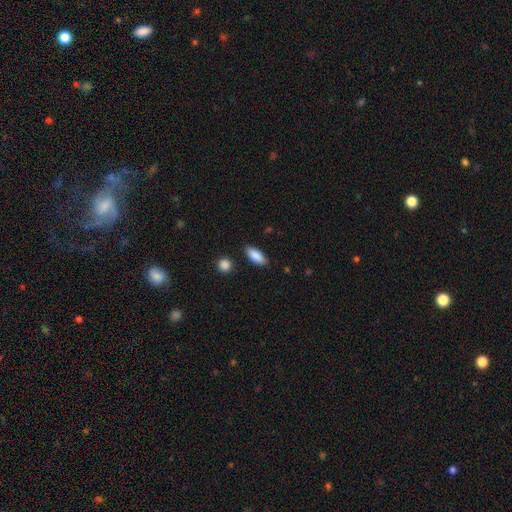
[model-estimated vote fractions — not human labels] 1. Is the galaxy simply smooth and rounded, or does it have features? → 88% smooth, 6% star or artifact, 6% featured or disk.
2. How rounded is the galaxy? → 81% in between, 17% cigar-shaped, 3% round.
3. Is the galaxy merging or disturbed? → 85% none, 11% minor disturbance, 2% major disturbance, 2% merger.